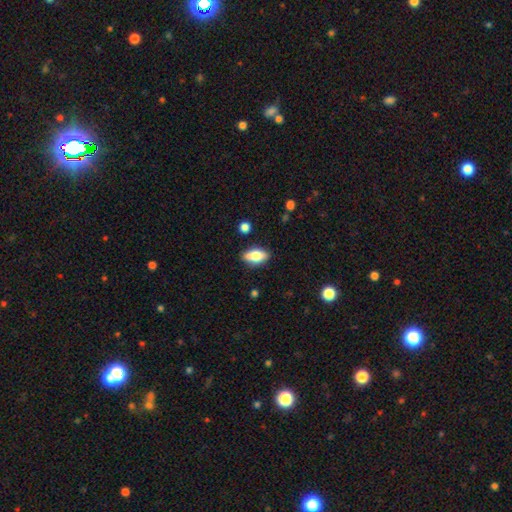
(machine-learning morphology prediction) smooth 68%, featured or disk 24%, star or artifact 8%. Down the decision tree: how rounded — in between (85%); merging — none (82%).